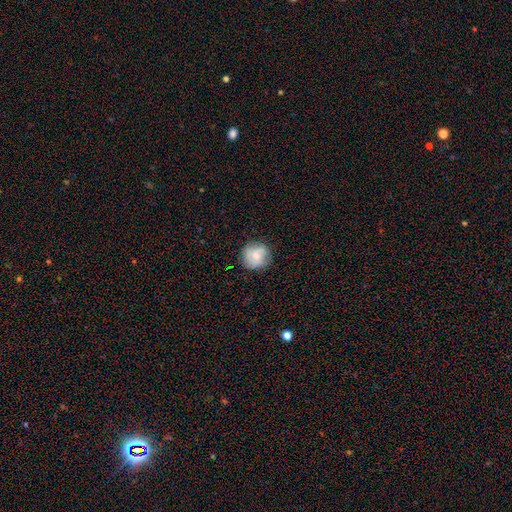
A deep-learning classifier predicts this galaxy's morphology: type=smooth (61%); roundness=round (89%); merging=none (79%).